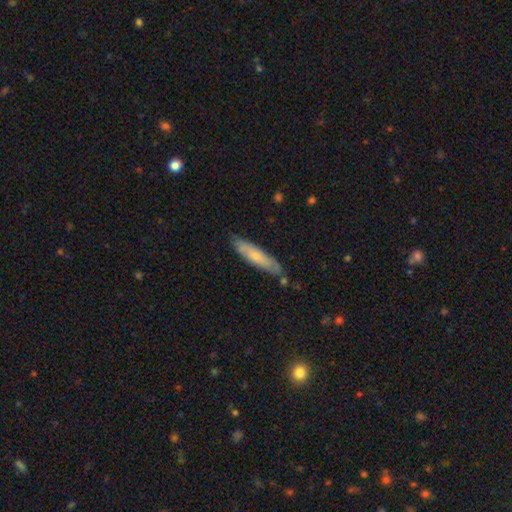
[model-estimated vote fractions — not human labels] smooth-or-featured: smooth: 59% | featured or disk: 35% | star or artifact: 5%
  how-rounded: cigar-shaped: 79% | in between: 20% | round: 2%
  merging: none: 77% | minor disturbance: 17% | merger: 3% | major disturbance: 3%